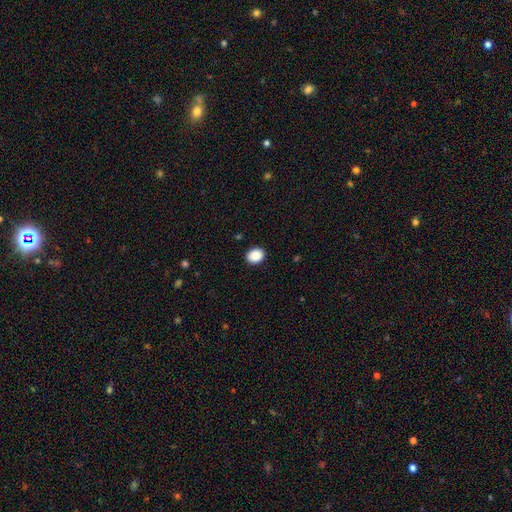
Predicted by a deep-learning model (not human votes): smooth-or-featured: smooth: 89% | star or artifact: 8% | featured or disk: 3%
  how-rounded: round: 57% | in between: 42% | cigar-shaped: 1%
  merging: none: 91% | minor disturbance: 7% | major disturbance: 2% | merger: 1%